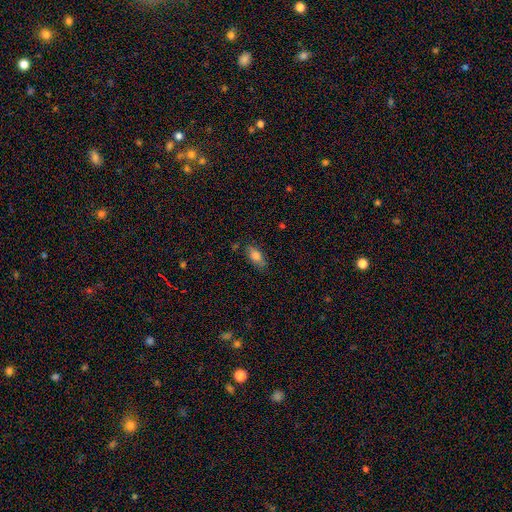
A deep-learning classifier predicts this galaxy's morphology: smooth 75%, featured or disk 16%, star or artifact 9%. Down the decision tree: how rounded — in between (83%); merging — none (74%).